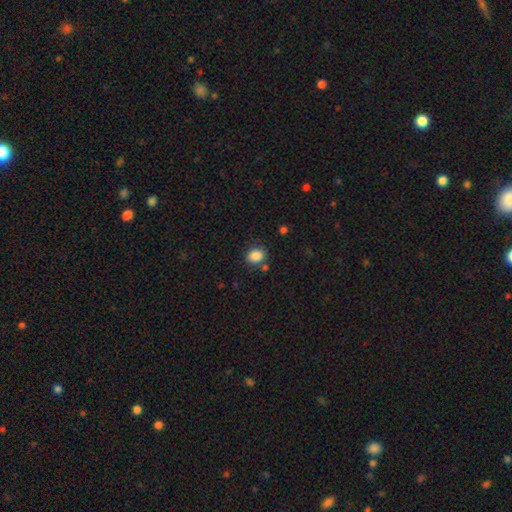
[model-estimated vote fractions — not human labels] smooth 86%, star or artifact 9%, featured or disk 4%. Down the decision tree: how rounded — in between (51%); merging — none (77%).